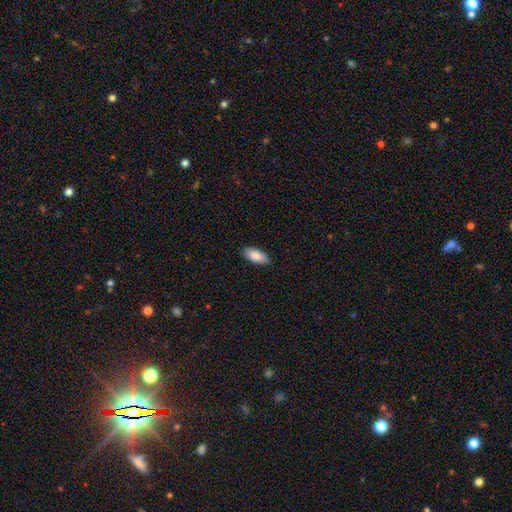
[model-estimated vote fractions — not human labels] smooth 87%, featured or disk 8%, star or artifact 6%. Down the decision tree: how rounded — in between (87%); merging — none (87%).